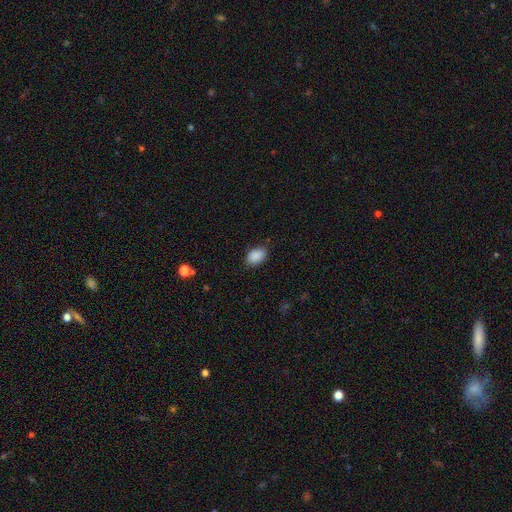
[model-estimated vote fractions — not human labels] This appears to be a smooth galaxy with no disk features (89%) that is in between round and cigar-shaped (88%). Merging: none (85%).